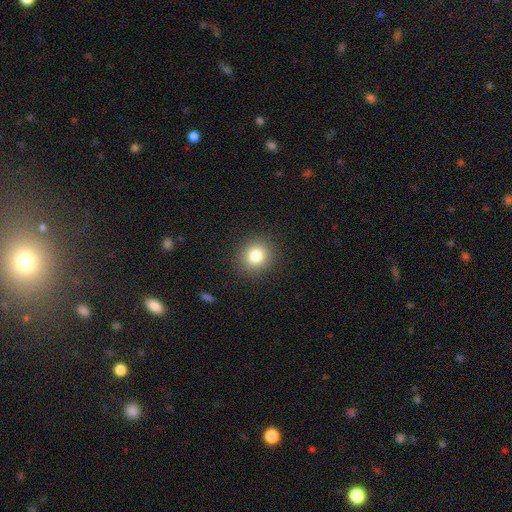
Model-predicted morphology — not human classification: type=smooth (81%); roundness=round (89%); merging=none (90%).